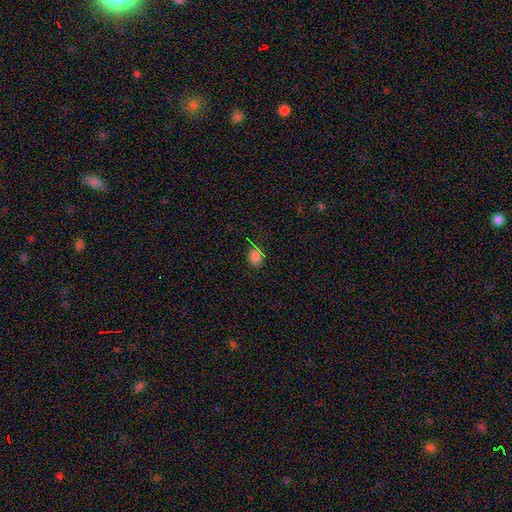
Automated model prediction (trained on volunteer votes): Smooth or featured? Predicted: smooth (p=0.70). How rounded? Predicted: round (p=0.60). Merging? Predicted: none (p=0.81).